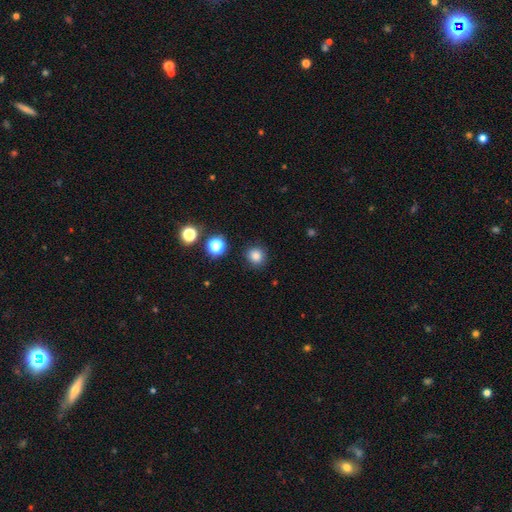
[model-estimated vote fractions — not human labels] smooth-or-featured: smooth: 83% | star or artifact: 13% | featured or disk: 4%
  how-rounded: round: 90% | in between: 9% | cigar-shaped: 1%
  merging: none: 88% | minor disturbance: 7% | major disturbance: 3% | merger: 2%